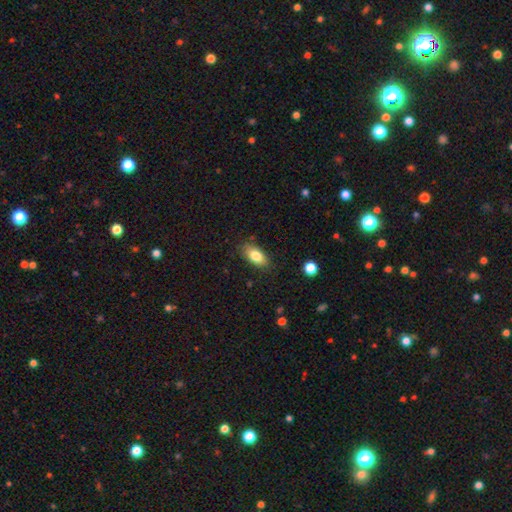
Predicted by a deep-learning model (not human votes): Morphology: type=smooth (82%); roundness=in between (90%); merging=none (80%).